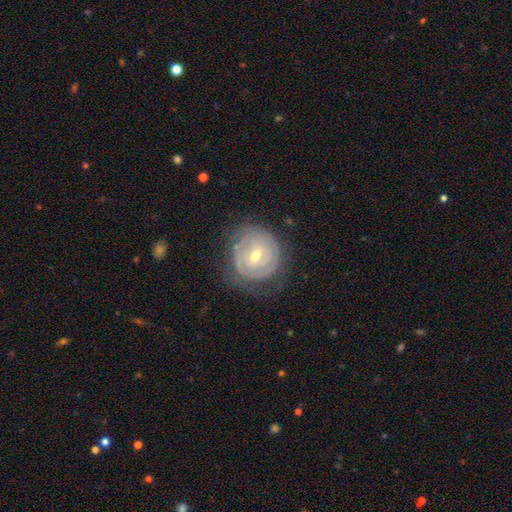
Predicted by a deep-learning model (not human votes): Morphology: type=featured or disk (76%); edge-on=no (97%); bar=no (48%); spiral arms=yes (81%); winding=tight (81%); arm count=can't tell (48%); bulge=moderate (53%); merging=none (68%).